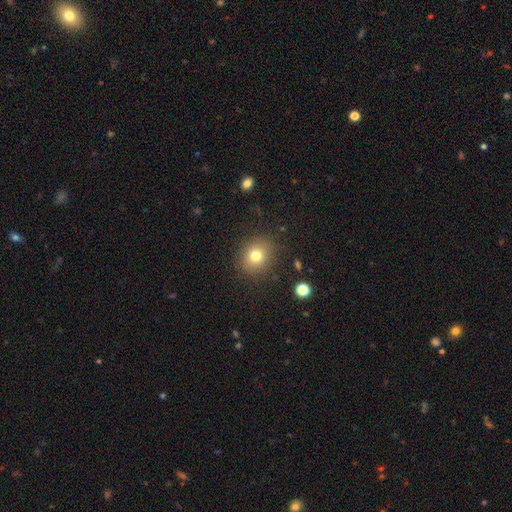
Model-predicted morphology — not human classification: This appears to be a smooth galaxy with no disk features (77%) that is round (75%). Merging: none (87%).